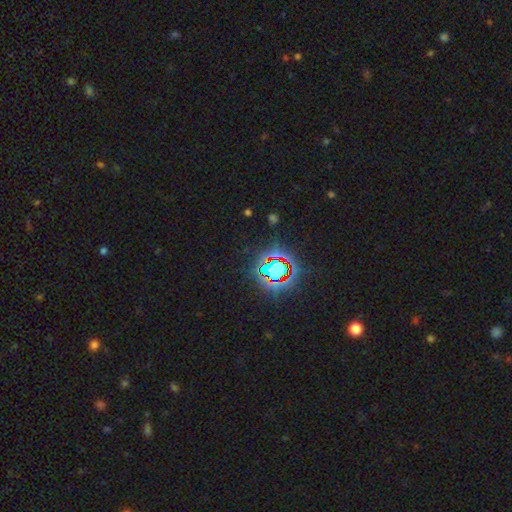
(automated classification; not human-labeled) Smooth or featured? Predicted: star or artifact (p=0.80).